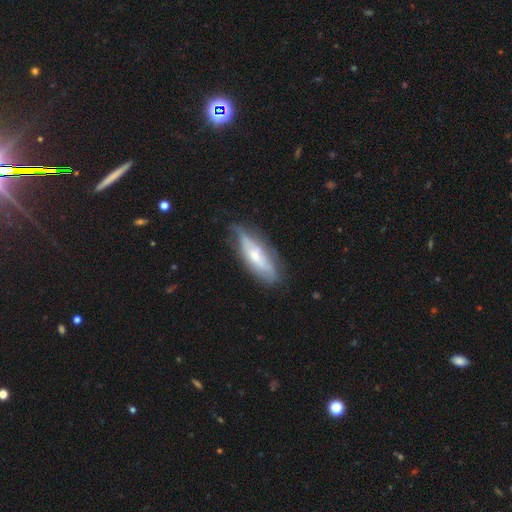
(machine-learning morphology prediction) Overall: featured or disk (56%; smooth 37%). Edge-on disk: yes (53%; no 47%). Merging: none (60%; minor disturbance 29%).